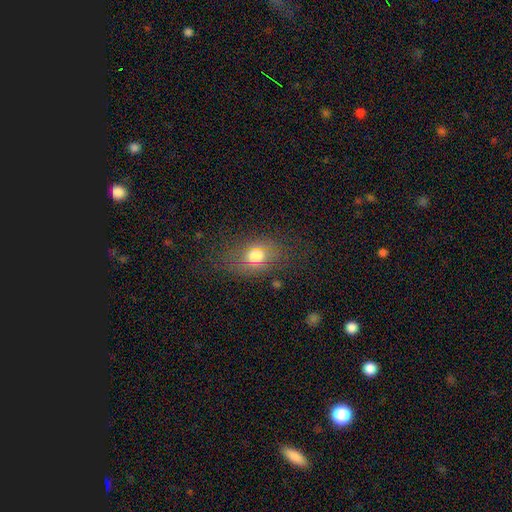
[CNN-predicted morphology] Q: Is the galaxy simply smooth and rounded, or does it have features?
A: smooth — 68%.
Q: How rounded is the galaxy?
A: in between — 67%.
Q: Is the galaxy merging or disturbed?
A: none — 69%.